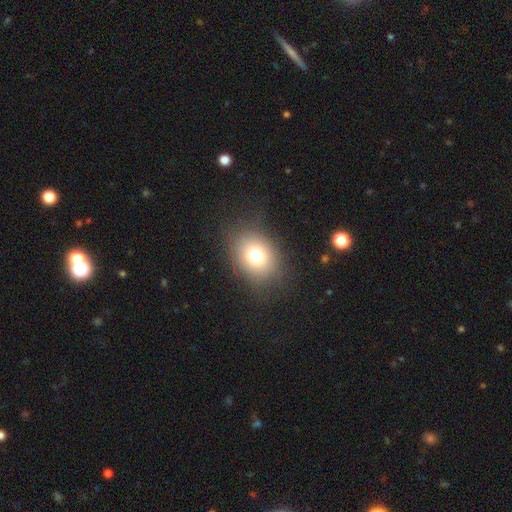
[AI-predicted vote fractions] This appears to be a smooth galaxy with no disk features (74%) that is in between round and cigar-shaped (53%). Merging: none (82%).